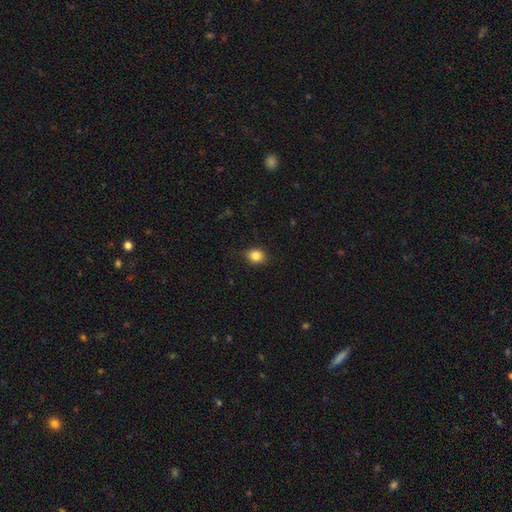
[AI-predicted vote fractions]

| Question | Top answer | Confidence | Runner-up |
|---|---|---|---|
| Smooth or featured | smooth | 84% | star or artifact (10%) |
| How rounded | round | 64% | in between (35%) |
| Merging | none | 83% | minor disturbance (14%) |